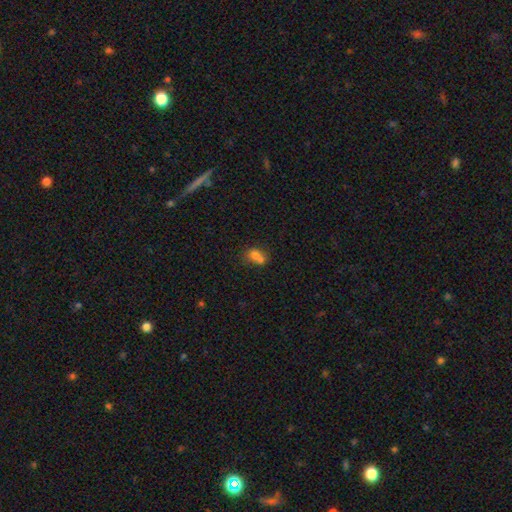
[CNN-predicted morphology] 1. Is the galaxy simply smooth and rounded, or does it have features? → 71% smooth, 17% featured or disk, 12% star or artifact.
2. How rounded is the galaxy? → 50% in between, 49% round, 1% cigar-shaped.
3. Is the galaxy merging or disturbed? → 60% merger, 26% none, 10% minor disturbance, 5% major disturbance.